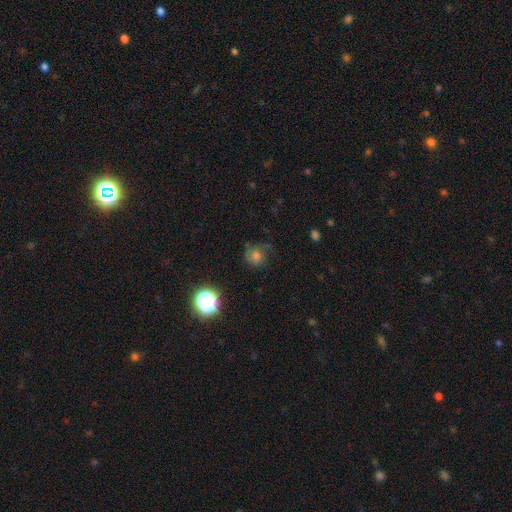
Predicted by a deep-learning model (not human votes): This appears to be a smooth galaxy with no disk features (53%) that is round (79%). Merging: none (55%).